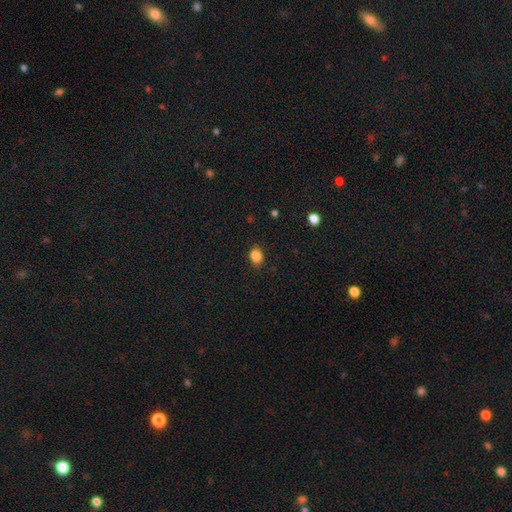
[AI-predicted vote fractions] This appears to be a smooth galaxy with no disk features (86%) that is in between round and cigar-shaped (52%). Merging: none (87%).